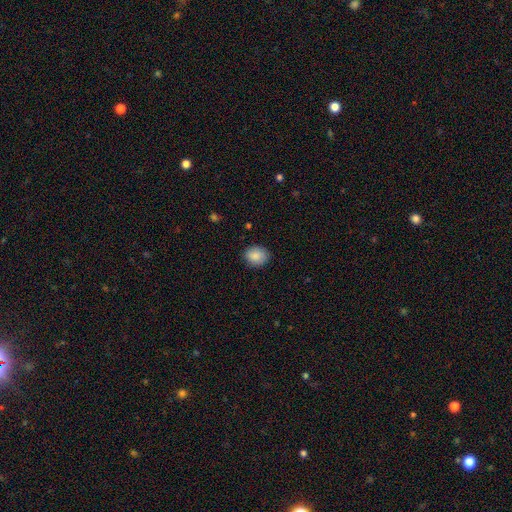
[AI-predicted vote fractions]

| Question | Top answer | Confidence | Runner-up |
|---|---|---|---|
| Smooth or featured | smooth | 87% | star or artifact (7%) |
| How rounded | round | 59% | in between (41%) |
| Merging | none | 86% | minor disturbance (11%) |